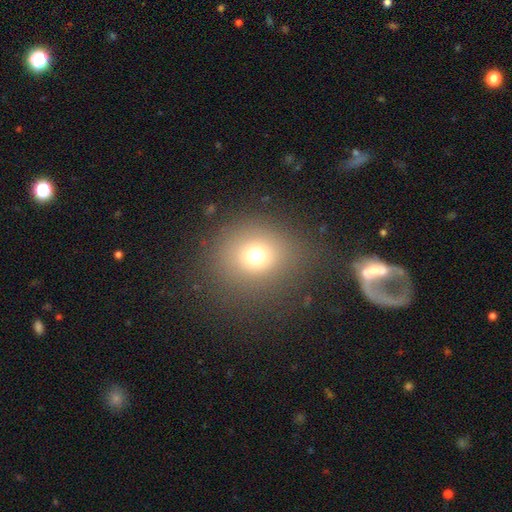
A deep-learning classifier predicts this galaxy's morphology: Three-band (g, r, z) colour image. It shows a smooth galaxy with no disk features (70%) that is round (80%). Merging: none (82%).